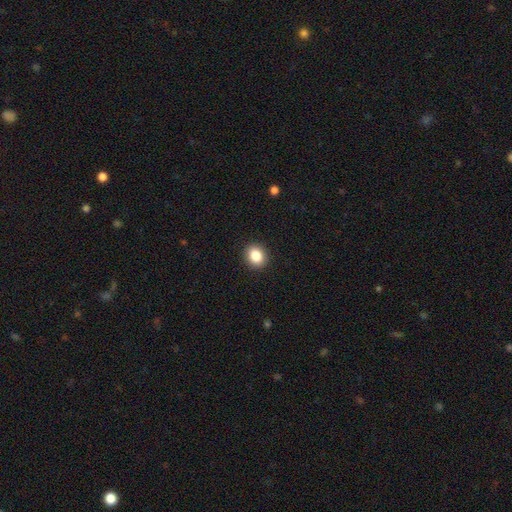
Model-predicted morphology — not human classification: type=smooth (86%); roundness=round (58%); merging=none (91%).